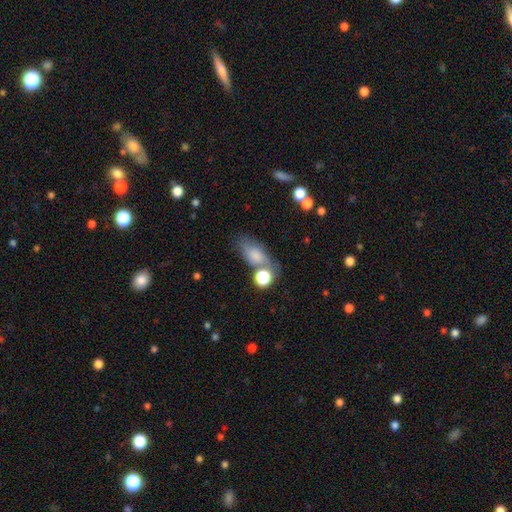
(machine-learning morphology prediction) Smooth or featured? Predicted: smooth (p=0.68). How rounded? Predicted: in between (p=0.78). Merging? Predicted: none (p=0.45).